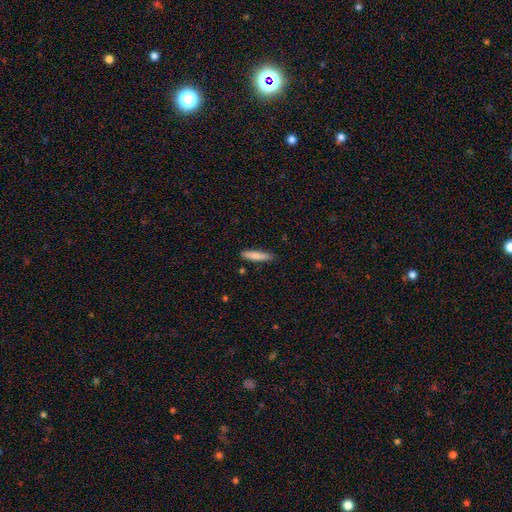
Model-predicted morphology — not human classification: smooth-or-featured: smooth: 83% | featured or disk: 12% | star or artifact: 6%
  how-rounded: cigar-shaped: 84% | in between: 15% | round: 1%
  merging: none: 86% | minor disturbance: 11% | major disturbance: 2% | merger: 2%